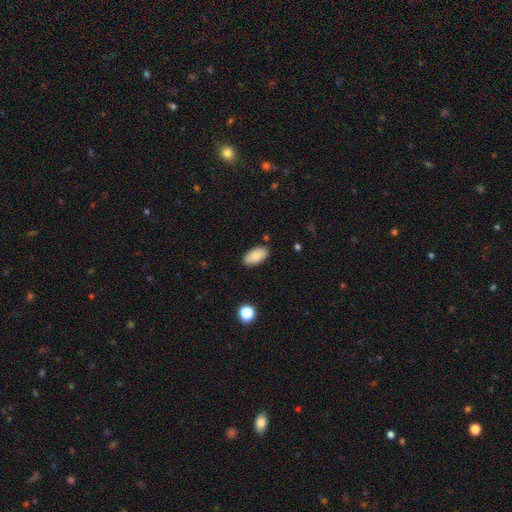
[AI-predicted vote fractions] A smooth galaxy with no disk features (84%) that is in between round and cigar-shaped (94%).

Vote fractions:
- Smooth or featured? smooth: 84% / featured or disk: 9% / star or artifact: 7%
- How rounded? in between: 94% / cigar-shaped: 3% / round: 3%
- Merging? none: 86% / minor disturbance: 10% / major disturbance: 2% / merger: 2%